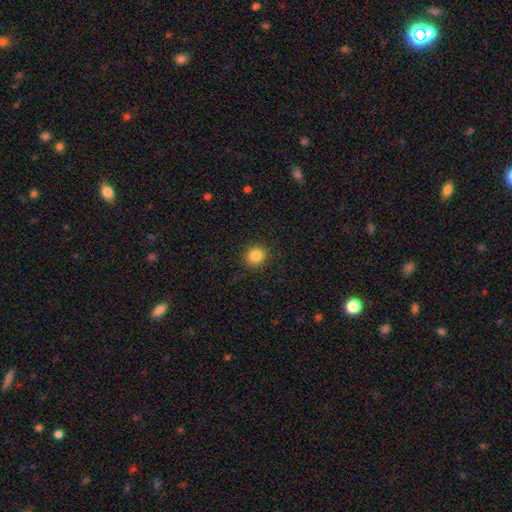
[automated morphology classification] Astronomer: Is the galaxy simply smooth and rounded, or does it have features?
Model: smooth — 85%.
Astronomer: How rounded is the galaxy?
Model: round — 88%.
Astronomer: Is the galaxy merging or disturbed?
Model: none — 91%.